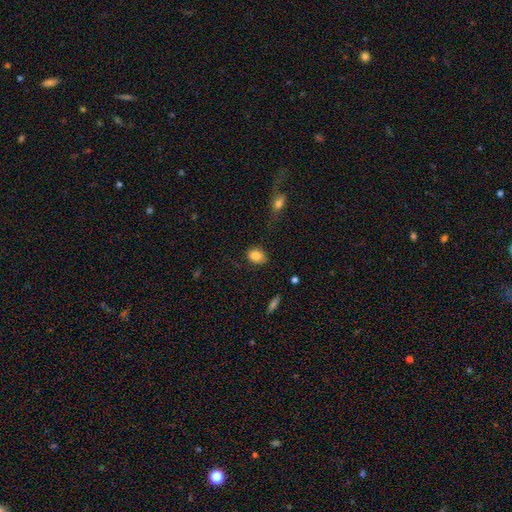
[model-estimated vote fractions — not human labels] Smooth or featured? Predicted: smooth (p=0.85). How rounded? Predicted: in between (p=0.65). Merging? Predicted: none (p=0.79).